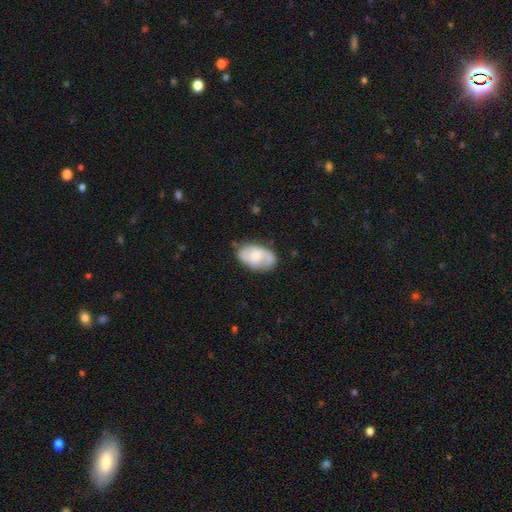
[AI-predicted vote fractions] A featured or disk galaxy (53%) with no bar (65%), spiral arms (78%) and a moderate central bulge (50%).

Vote fractions:
- Smooth or featured? featured or disk: 53% / smooth: 41% / star or artifact: 6%
- Edge-on disk? no: 95% / yes: 5%
- Bar? no: 65% / weak: 29% / strong: 5%
- Spiral arms? yes: 78% / no: 22%
- Bulge size? moderate: 50% / small: 32% / large: 10% / none: 6% / dominant: 2%
- Merging? none: 66% / minor disturbance: 24% / major disturbance: 7% / merger: 3%